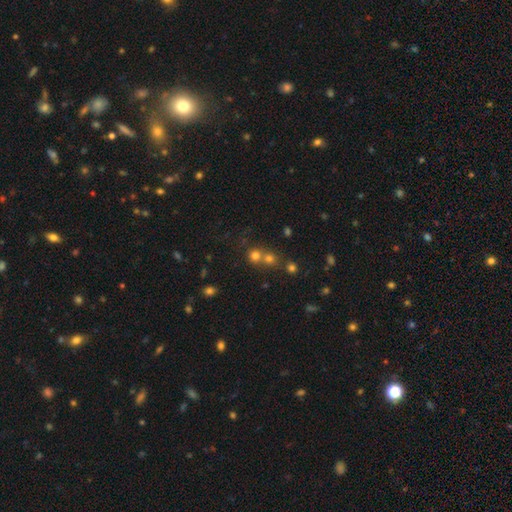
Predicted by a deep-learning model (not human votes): smooth-or-featured: smooth: 70% | star or artifact: 20% | featured or disk: 9%
  how-rounded: round: 89% | in between: 10% | cigar-shaped: 1%
  merging: none: 49% | merger: 42% | minor disturbance: 6% | major disturbance: 3%